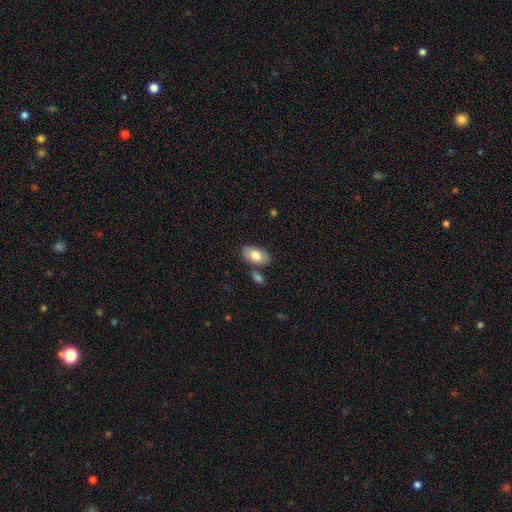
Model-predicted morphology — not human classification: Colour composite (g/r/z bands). It shows a smooth galaxy with no disk features (76%) that is in between round and cigar-shaped (94%). Merging: none (75%).